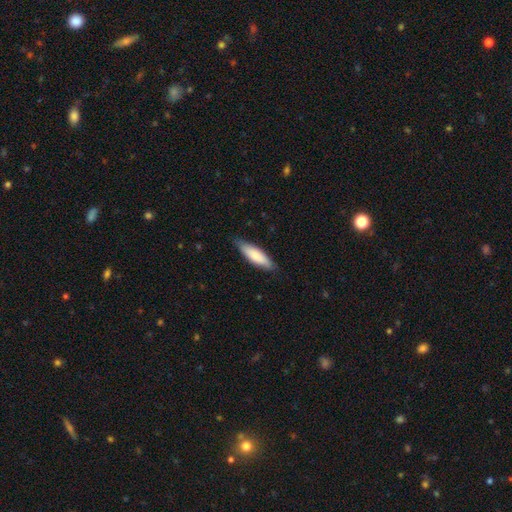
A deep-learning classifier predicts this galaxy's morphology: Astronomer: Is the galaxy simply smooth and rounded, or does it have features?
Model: smooth — 79%.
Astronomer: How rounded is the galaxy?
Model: cigar-shaped — 55% (runner-up: in between, 44%).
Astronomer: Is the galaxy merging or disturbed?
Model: none — 83%.